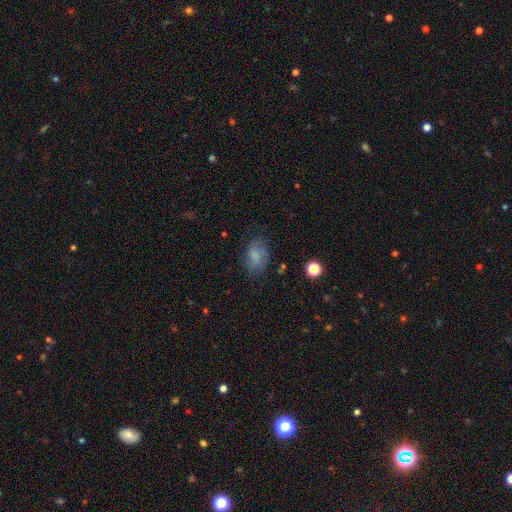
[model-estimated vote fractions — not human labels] Morphology: type=smooth (71%); roundness=in between (84%); merging=none (67%).